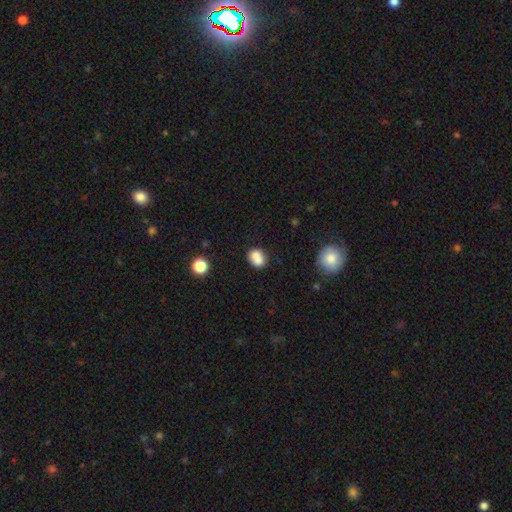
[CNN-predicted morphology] The model was most divided on "merging": none: 42%, merger: 41%, minor disturbance: 13%, major disturbance: 4%. More confident: smooth or featured — smooth (77%); how rounded — round (55%).